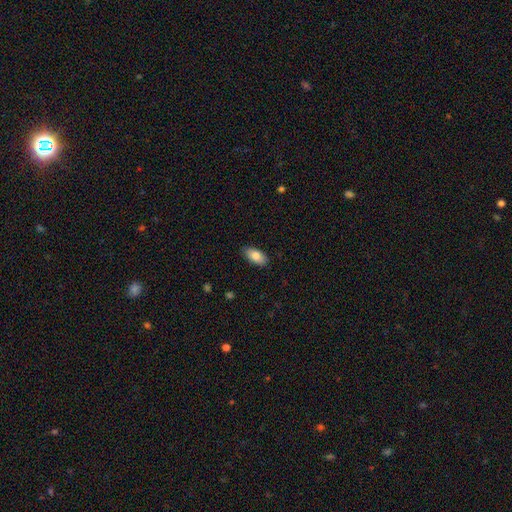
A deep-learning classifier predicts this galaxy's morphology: type=smooth (83%); roundness=in between (92%); merging=none (86%).